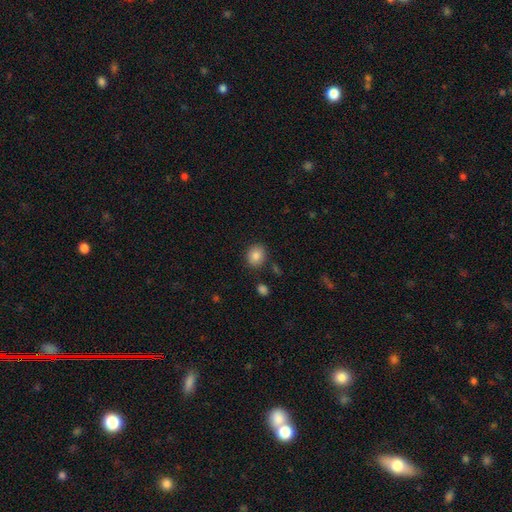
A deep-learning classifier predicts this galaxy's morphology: Smooth or featured? Predicted: smooth (p=0.85). How rounded? Predicted: round (p=0.65). Merging? Predicted: none (p=0.85).